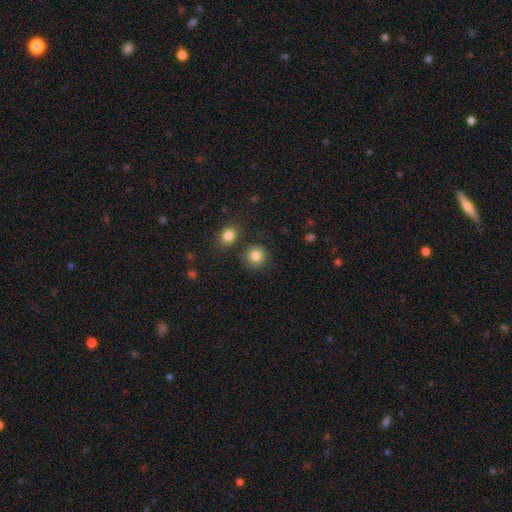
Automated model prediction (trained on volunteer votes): Morphology: type=smooth (84%); roundness=round (89%); merging=none (84%).